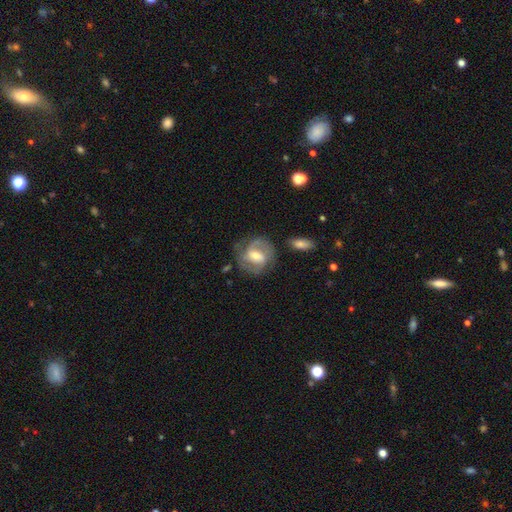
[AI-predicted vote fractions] smooth_or_featured: featured or disk (p=0.71) [alt: smooth p=0.23]
disk_edge_on: no (p=0.96) [alt: yes p=0.04]
bar: weak (p=0.49) [alt: strong p=0.33]
has_spiral_arms: yes (p=0.84) [alt: no p=0.16]
spiral_winding: medium (p=0.46) [alt: tight p=0.38]
spiral_arm_count: 2 (p=0.76) [alt: can't tell p=0.14]
bulge_size: moderate (p=0.60) [alt: small p=0.26]
merging: none (p=0.69) [alt: minor disturbance p=0.18]